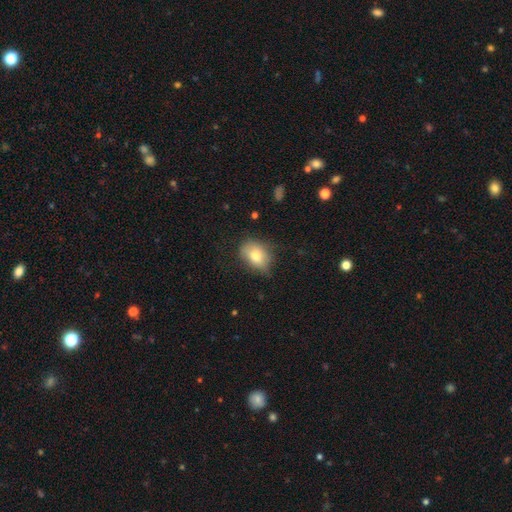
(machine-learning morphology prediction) Smooth or featured? smooth (76%)
How rounded? in between (69%)
Merging? none (62%)